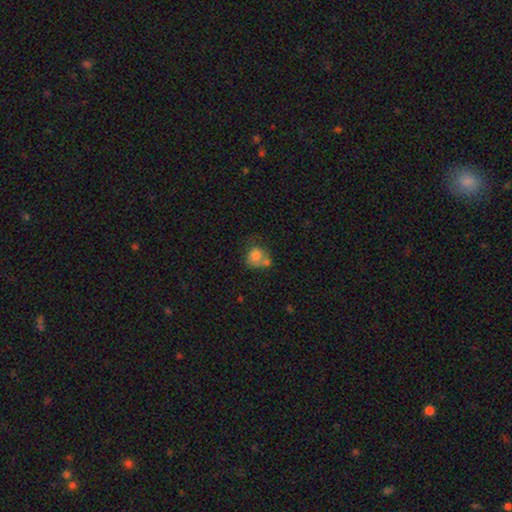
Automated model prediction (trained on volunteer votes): Smooth or featured?
  - smooth: 75% *
  - featured or disk: 16%
  - star or artifact: 9%
How rounded?
  - round: 66% *
  - in between: 33%
  - cigar-shaped: 1%
Merging?
  - merger: 36% *
  - none: 30%
  - minor disturbance: 19%
  - major disturbance: 14%